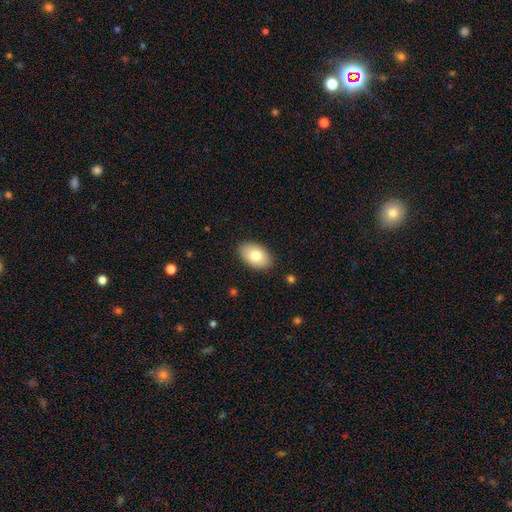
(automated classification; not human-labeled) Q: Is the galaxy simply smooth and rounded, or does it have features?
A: smooth — 77%.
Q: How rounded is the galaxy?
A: in between — 92%.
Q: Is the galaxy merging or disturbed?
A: none — 88%.